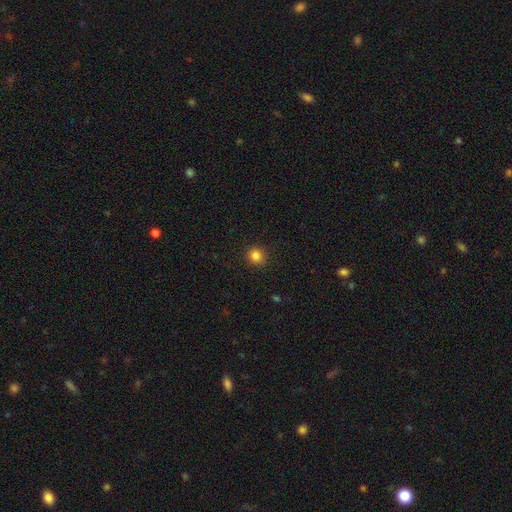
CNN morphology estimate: Smooth or featured: smooth — 84% (star or artifact — 12%)
How rounded: round — 88% (in between — 11%)
Merging: none — 89% (minor disturbance — 8%)